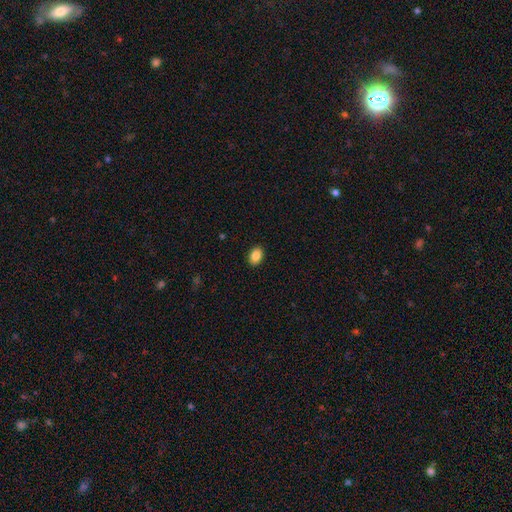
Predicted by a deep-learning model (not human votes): Smooth or featured?
  - smooth: 87% *
  - star or artifact: 8%
  - featured or disk: 4%
How rounded?
  - in between: 77% *
  - round: 22%
  - cigar-shaped: 1%
Merging?
  - none: 90% *
  - minor disturbance: 7%
  - major disturbance: 2%
  - merger: 1%